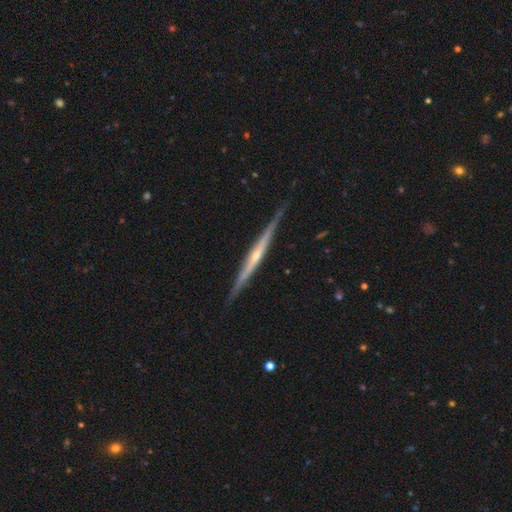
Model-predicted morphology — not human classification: Smooth or featured? featured or disk (78%)
Edge-on disk? yes (98%)
Edge-on bulge? rounded (58%)
Merging? none (87%)